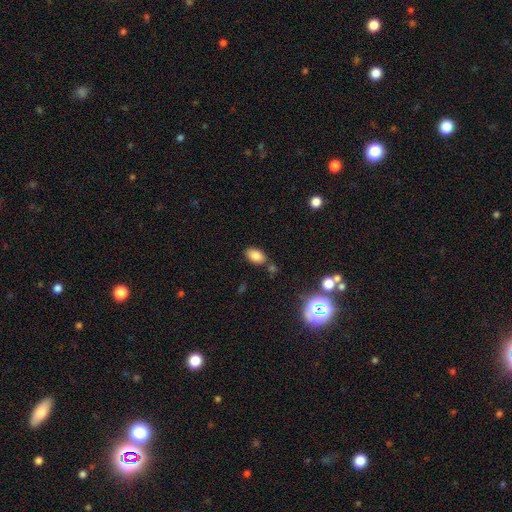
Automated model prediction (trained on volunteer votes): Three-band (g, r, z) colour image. It shows a smooth galaxy with no disk features (80%) that is in between round and cigar-shaped (90%). Merging: none (76%).